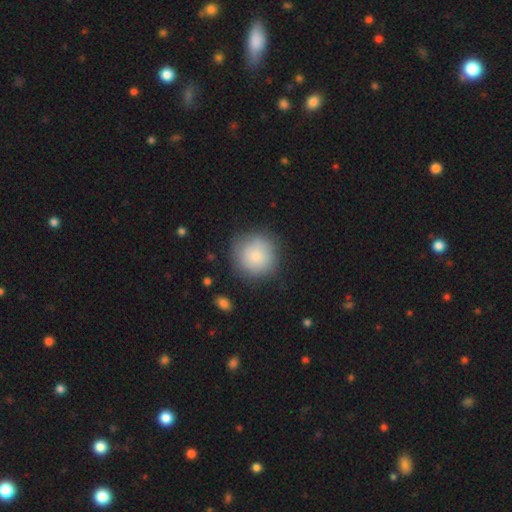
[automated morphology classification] type=smooth (83%); roundness=round (94%); merging=none (79%).